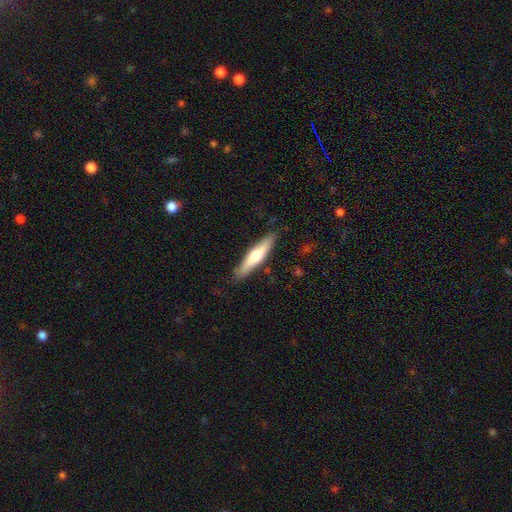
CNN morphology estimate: This appears to be a smooth galaxy with no disk features (52%) that is cigar-shaped (83%). Merging: none (86%).